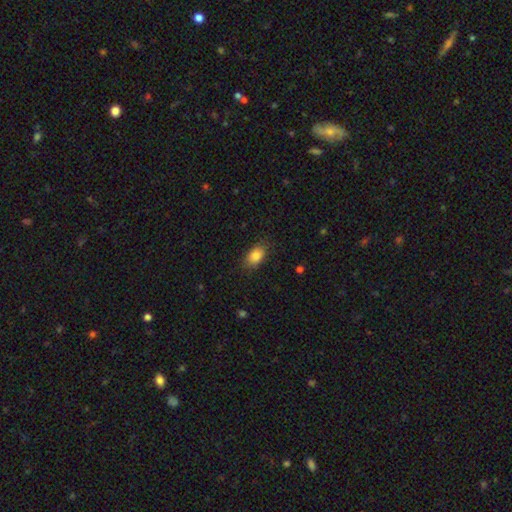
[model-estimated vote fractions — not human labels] smooth-or-featured: smooth: 86% | star or artifact: 8% | featured or disk: 6%
  how-rounded: in between: 86% | round: 12% | cigar-shaped: 2%
  merging: none: 82% | minor disturbance: 14% | major disturbance: 4% | merger: 1%